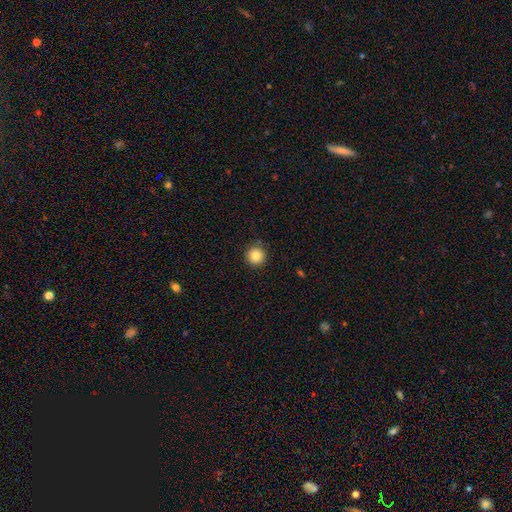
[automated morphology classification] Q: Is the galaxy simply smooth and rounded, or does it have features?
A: smooth — 84%.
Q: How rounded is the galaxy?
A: round — 96%.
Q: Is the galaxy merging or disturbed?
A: none — 91%.